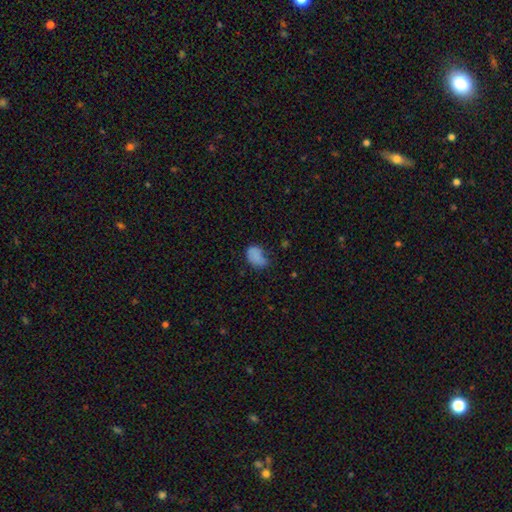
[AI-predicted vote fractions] A smooth galaxy with no disk features (79%) that is in between round and cigar-shaped (84%). Merging: none (47%).